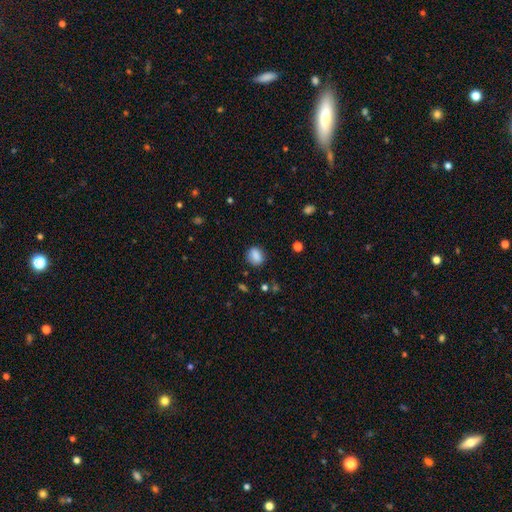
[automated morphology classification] type=smooth (82%); roundness=round (51%); merging=none (81%).